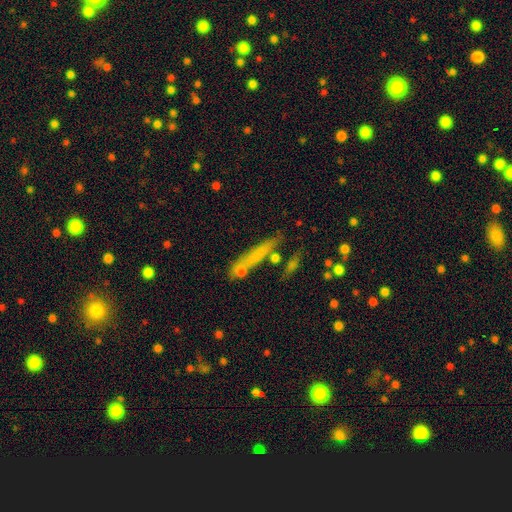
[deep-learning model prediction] The model was most divided on "smooth or featured": smooth: 61%, featured or disk: 28%, star or artifact: 11%. More confident: how rounded — cigar-shaped (89%); merging — none (69%).